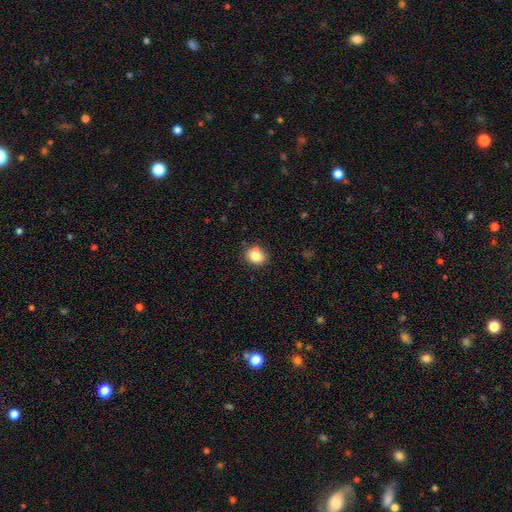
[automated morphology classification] Smooth or featured: smooth — 83% (star or artifact — 10%)
How rounded: round — 58% (in between — 41%)
Merging: none — 77% (minor disturbance — 14%)